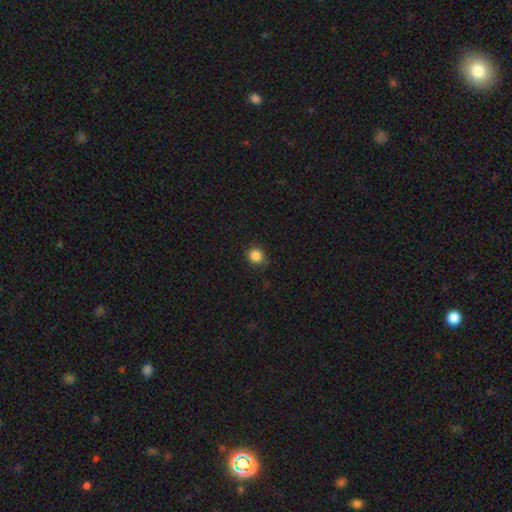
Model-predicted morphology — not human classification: Q: Smooth or featured?
A: smooth (86%); runner-up: star or artifact (11%)
Q: How rounded?
A: round (92%); runner-up: in between (7%)
Q: Merging?
A: none (88%); runner-up: minor disturbance (9%)